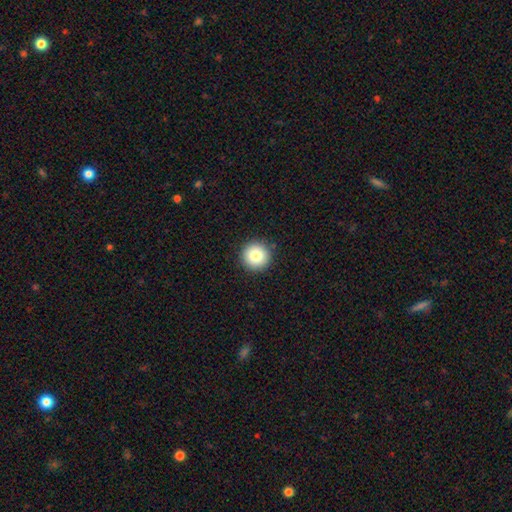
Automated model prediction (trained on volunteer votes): This appears to be a smooth galaxy with no disk features (82%) that is round (96%). Merging: none (92%).